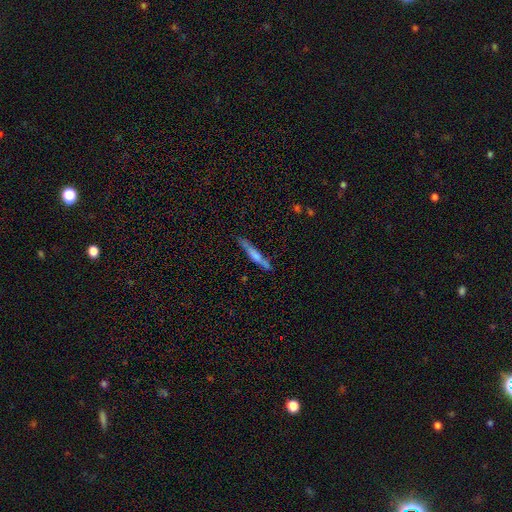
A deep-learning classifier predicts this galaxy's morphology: Overall: smooth (53%; featured or disk 41%). How rounded: cigar-shaped (93%). Merging: none (74%).